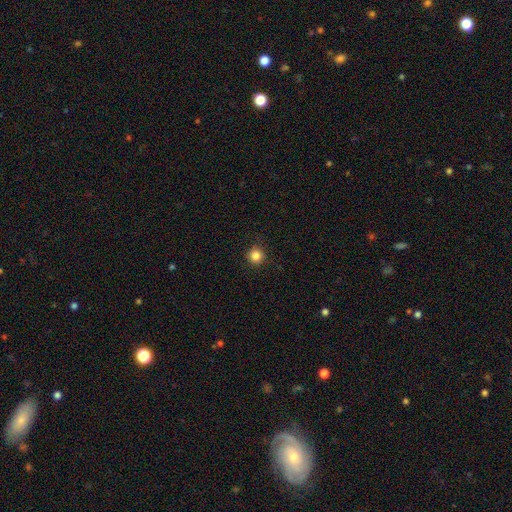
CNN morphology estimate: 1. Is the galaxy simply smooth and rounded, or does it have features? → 84% smooth, 12% star or artifact, 4% featured or disk.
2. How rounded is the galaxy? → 95% round, 4% in between, 1% cigar-shaped.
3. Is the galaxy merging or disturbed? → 91% none, 6% minor disturbance, 2% major disturbance, 1% merger.